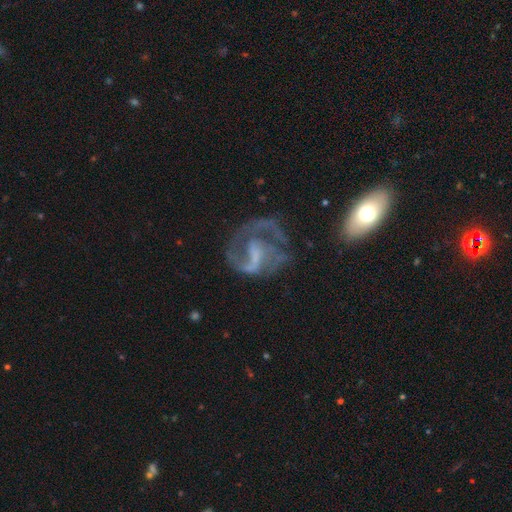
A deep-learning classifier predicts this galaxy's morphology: featured or disk 78%, smooth 13%, star or artifact 9%. Down the decision tree: edge-on disk — no (98%); bar — weak (43%); spiral arms — yes (79%); spiral arm count — 2 (43%); spiral winding — medium (44%); bulge size — none (52%); merging — none (40%).